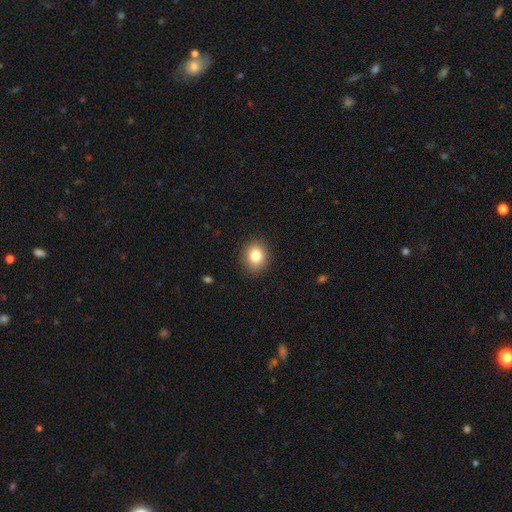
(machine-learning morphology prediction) smooth_or_featured: smooth (p=0.83) [alt: star or artifact p=0.10]
how_rounded: round (p=0.65) [alt: in between p=0.34]
merging: none (p=0.89) [alt: minor disturbance p=0.07]